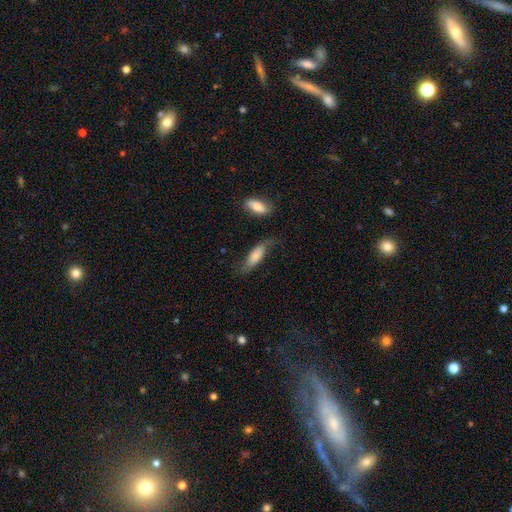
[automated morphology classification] A smooth galaxy with no disk features (71%) that is in between round and cigar-shaped (63%).

Vote fractions:
- Smooth or featured? smooth: 71% / featured or disk: 22% / star or artifact: 7%
- How rounded? in between: 63% / cigar-shaped: 34% / round: 3%
- Merging? none: 54% / minor disturbance: 27% / major disturbance: 13% / merger: 7%